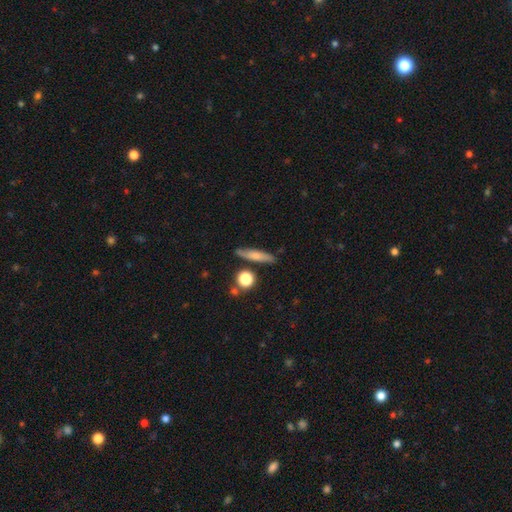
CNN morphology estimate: type=smooth (63%); roundness=cigar-shaped (79%); merging=none (80%).